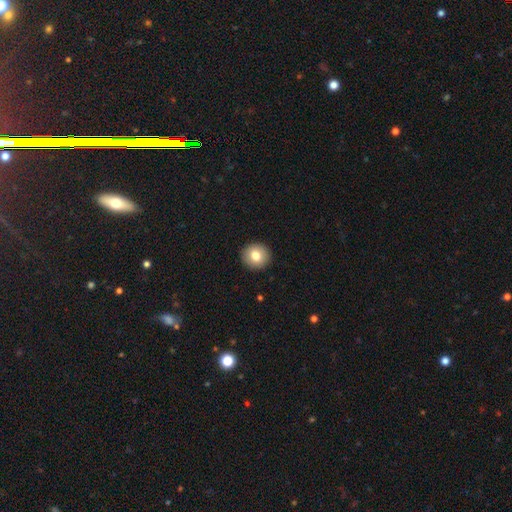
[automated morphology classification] The model was most divided on "smooth or featured": smooth: 80%, featured or disk: 12%, star or artifact: 9%. More confident: merging — none (92%); how rounded — round (89%).